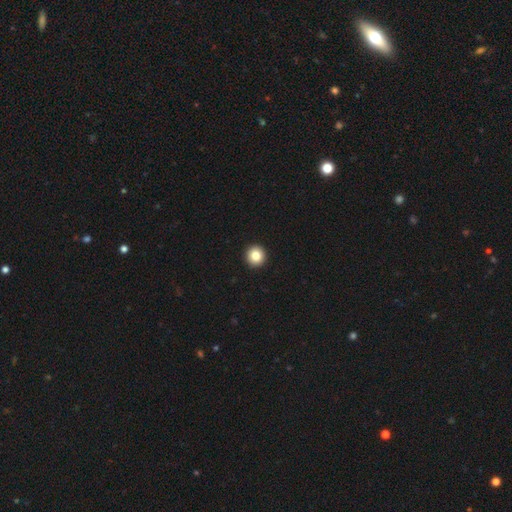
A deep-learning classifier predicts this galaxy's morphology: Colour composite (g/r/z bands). It shows a smooth galaxy with no disk features (83%) that is round (96%). Merging: none (94%).